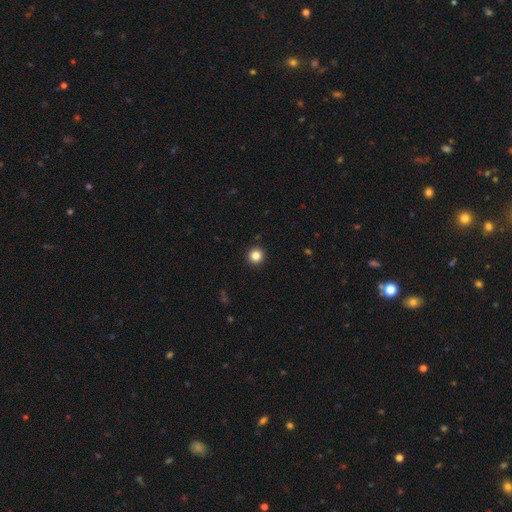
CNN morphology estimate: The model was most divided on "smooth or featured": smooth: 85%, star or artifact: 11%, featured or disk: 4%. More confident: how rounded — round (96%); merging — none (93%).